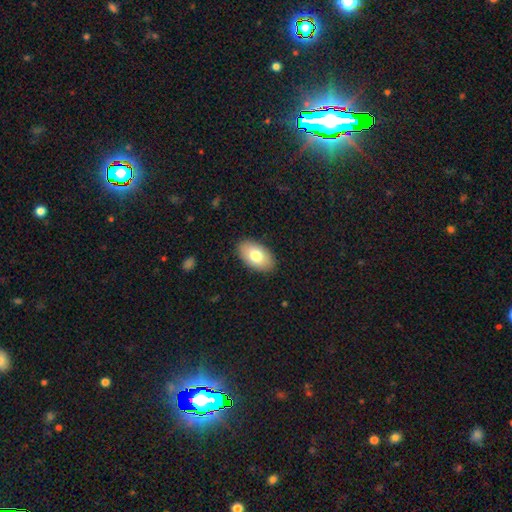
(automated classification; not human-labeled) The model was most divided on "smooth or featured": smooth: 75%, featured or disk: 18%, star or artifact: 7%. More confident: how rounded — in between (94%); merging — none (88%).